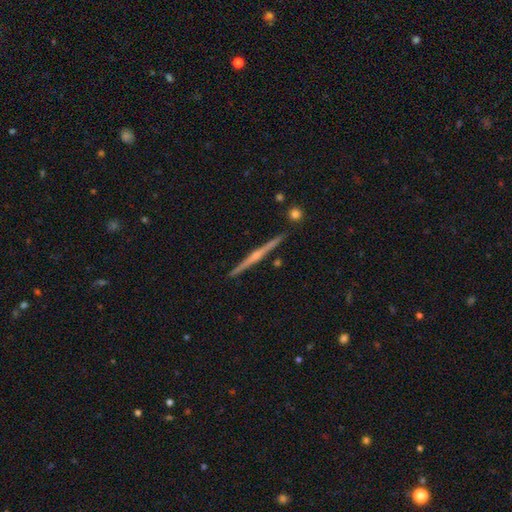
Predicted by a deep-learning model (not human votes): Smooth or featured? featured or disk (79%)
Edge-on disk? yes (98%)
Edge-on bulge? rounded (71%)
Merging? none (91%)